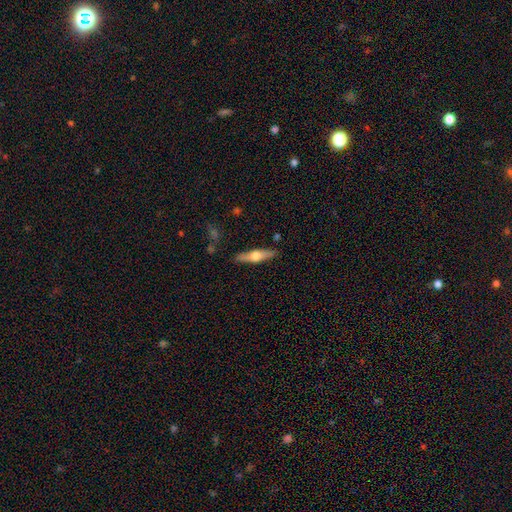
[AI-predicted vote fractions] Overall: featured or disk (57%; smooth 37%). Edge-on disk: yes (94%). Edge-on bulge: rounded (94%). Merging: none (87%).